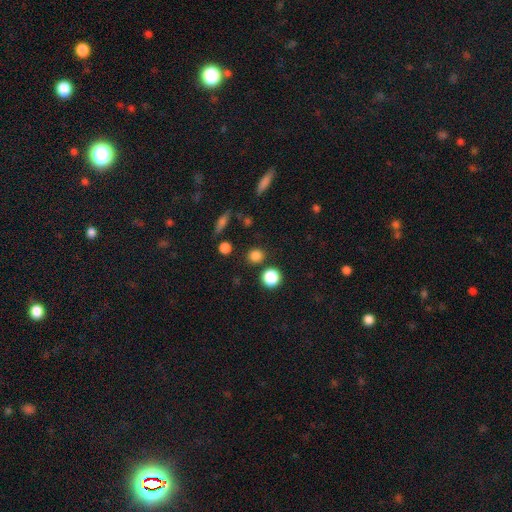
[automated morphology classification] smooth_or_featured: smooth (p=0.80) [alt: star or artifact p=0.15]
how_rounded: round (p=0.89) [alt: in between p=0.09]
merging: none (p=0.83) [alt: minor disturbance p=0.07]